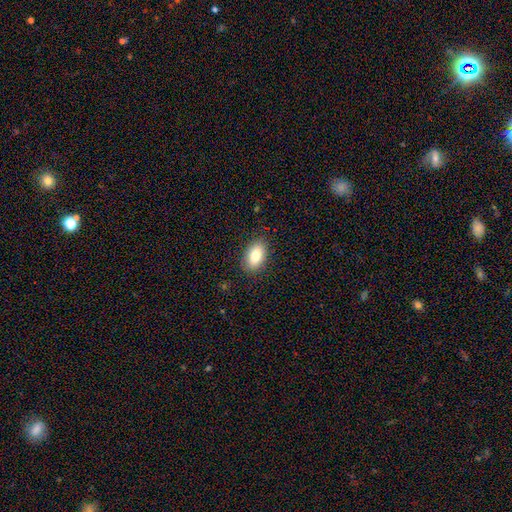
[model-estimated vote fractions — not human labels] Smooth or featured: smooth — 80% (featured or disk — 12%)
How rounded: in between — 91% (round — 7%)
Merging: none — 85% (minor disturbance — 11%)